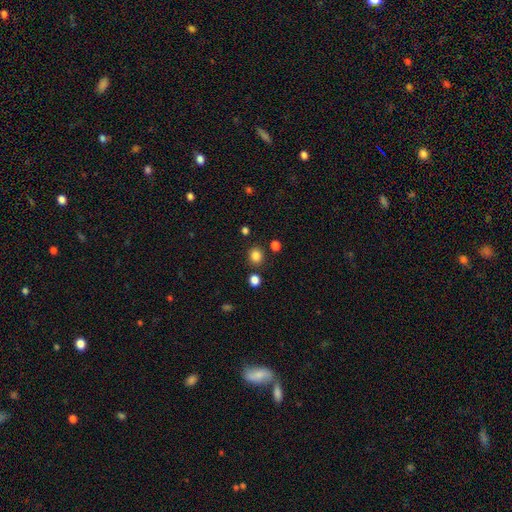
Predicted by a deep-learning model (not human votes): smooth 83%, star or artifact 12%, featured or disk 4%. Down the decision tree: how rounded — round (77%); merging — none (84%).